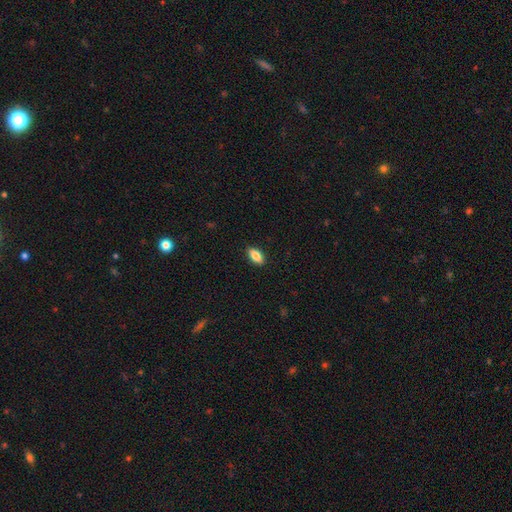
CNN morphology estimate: smooth_or_featured: smooth (p=0.84) [alt: featured or disk p=0.09]
how_rounded: in between (p=0.90) [alt: cigar-shaped p=0.07]
merging: none (p=0.89) [alt: minor disturbance p=0.08]